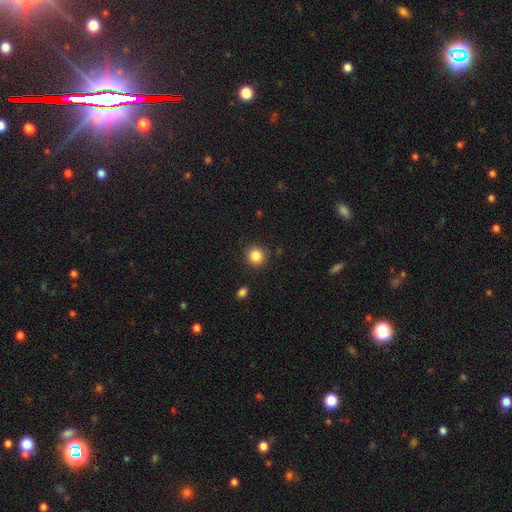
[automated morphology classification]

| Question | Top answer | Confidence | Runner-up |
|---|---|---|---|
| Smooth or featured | smooth | 85% | star or artifact (10%) |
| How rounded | round | 91% | in between (8%) |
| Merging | none | 89% | minor disturbance (7%) |